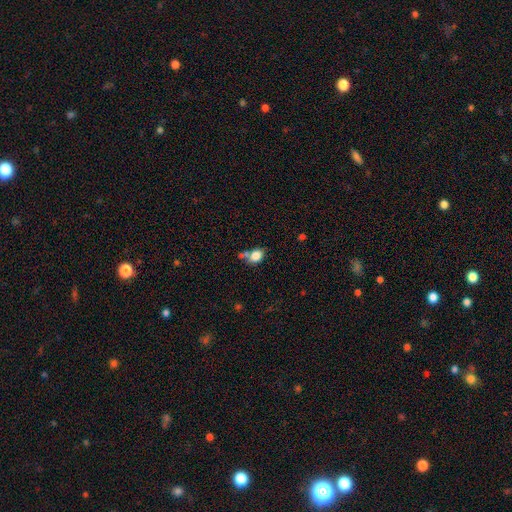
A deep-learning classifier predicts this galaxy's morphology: Smooth or featured?
  - smooth: 81% *
  - star or artifact: 11%
  - featured or disk: 9%
How rounded?
  - in between: 62% *
  - round: 37%
  - cigar-shaped: 1%
Merging?
  - none: 51% *
  - merger: 25%
  - minor disturbance: 17%
  - major disturbance: 6%